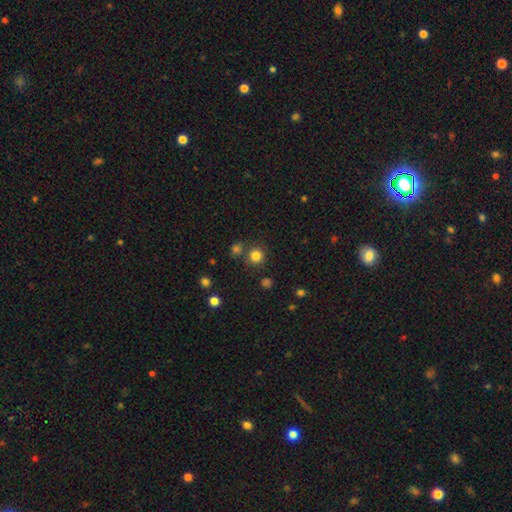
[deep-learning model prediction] Smooth or featured? Predicted: smooth (p=0.81). How rounded? Predicted: round (p=0.93). Merging? Predicted: none (p=0.78).